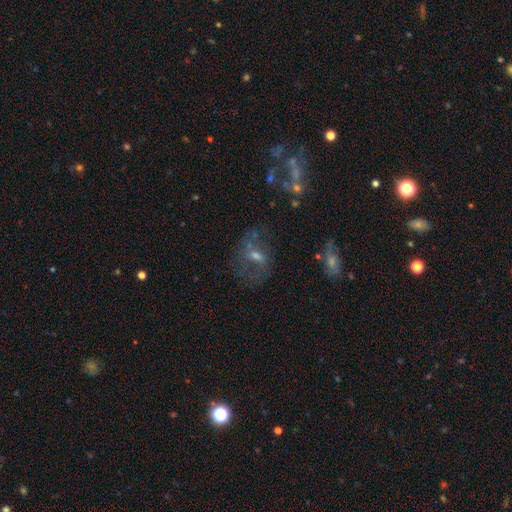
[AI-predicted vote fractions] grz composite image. It shows a featured or disk galaxy (55%) with a weak bar (44%), no spiral arms (54%) and a moderate central bulge (43%). Merging: none (50%).